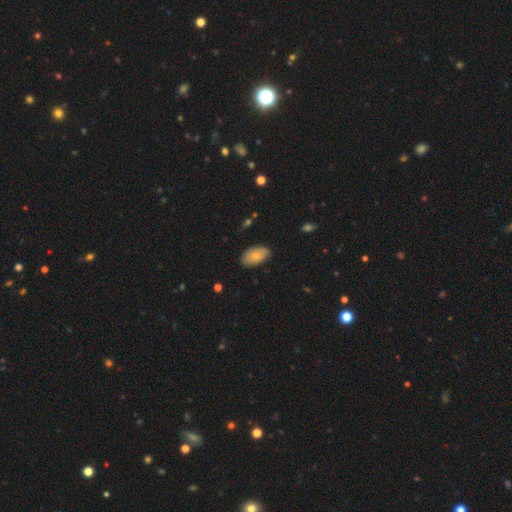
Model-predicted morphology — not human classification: Smooth or featured? Predicted: smooth (p=0.71). How rounded? Predicted: in between (p=0.93). Merging? Predicted: none (p=0.79).